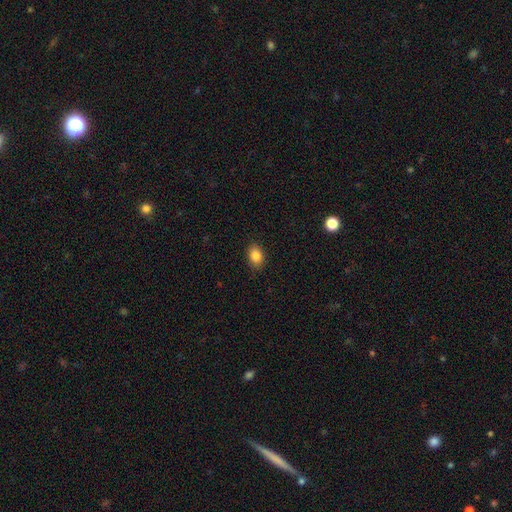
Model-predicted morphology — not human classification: The model was most divided on "how rounded": in between: 76%, round: 23%, cigar-shaped: 1%. More confident: merging — none (87%); smooth or featured — smooth (86%).